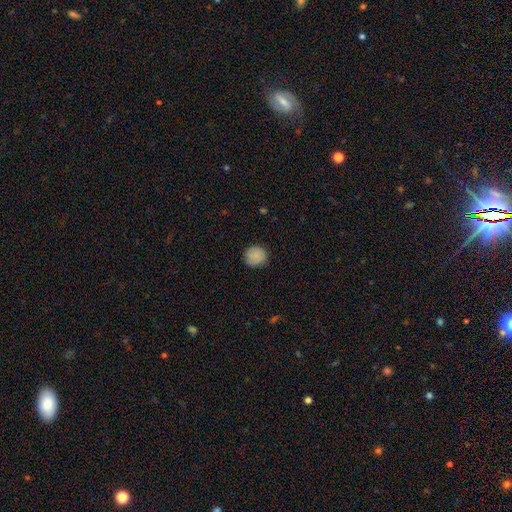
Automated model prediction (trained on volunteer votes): smooth 87%, star or artifact 8%, featured or disk 5%. Down the decision tree: how rounded — round (92%); merging — none (87%).